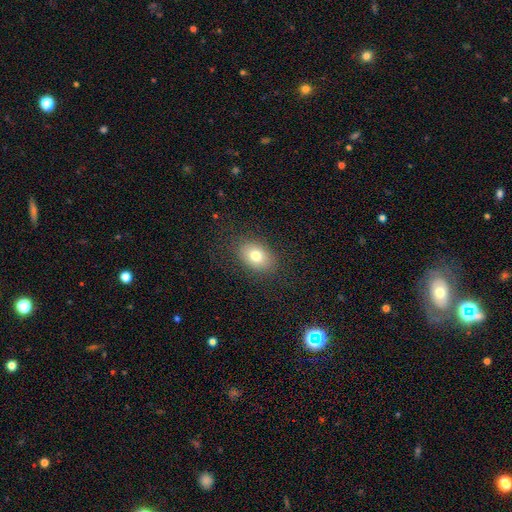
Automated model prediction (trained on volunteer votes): A smooth galaxy with no disk features (77%) that is in between round and cigar-shaped (77%).

Vote fractions:
- Smooth or featured? smooth: 77% / featured or disk: 13% / star or artifact: 10%
- How rounded? in between: 77% / round: 22% / cigar-shaped: 1%
- Merging? none: 85% / minor disturbance: 10% / major disturbance: 4% / merger: 1%